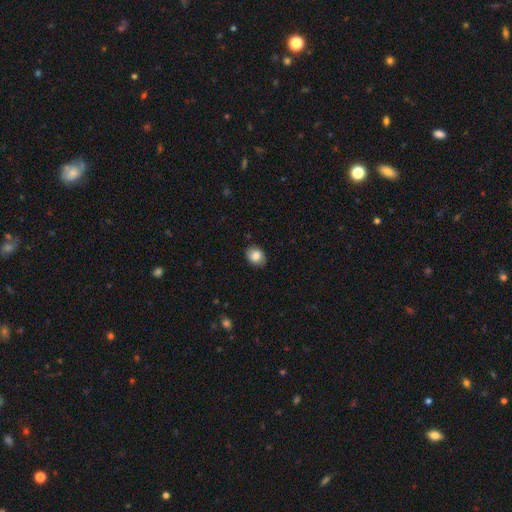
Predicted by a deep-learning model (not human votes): A smooth galaxy with no disk features (81%) that is in between round and cigar-shaped (59%). Merging: none (85%).